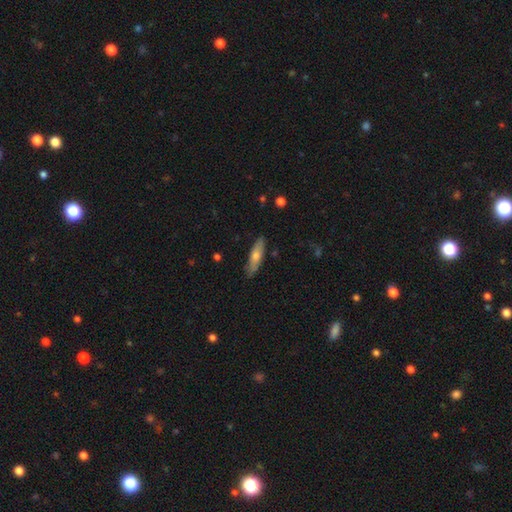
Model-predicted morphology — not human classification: The model was most divided on "smooth or featured": smooth: 52%, featured or disk: 40%, star or artifact: 8%. More confident: merging — none (86%); how rounded — cigar-shaped (72%).